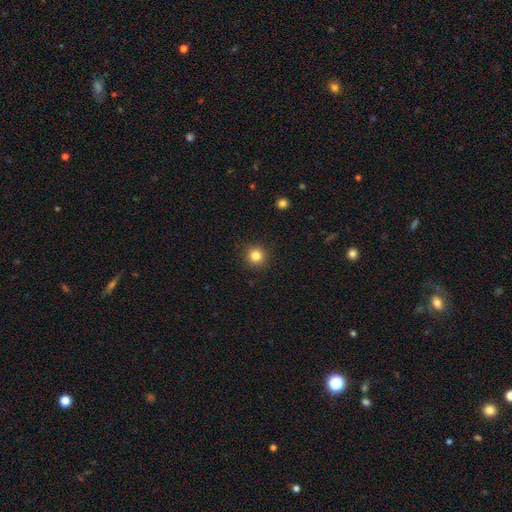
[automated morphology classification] Smooth or featured? smooth (83%)
How rounded? round (94%)
Merging? none (92%)